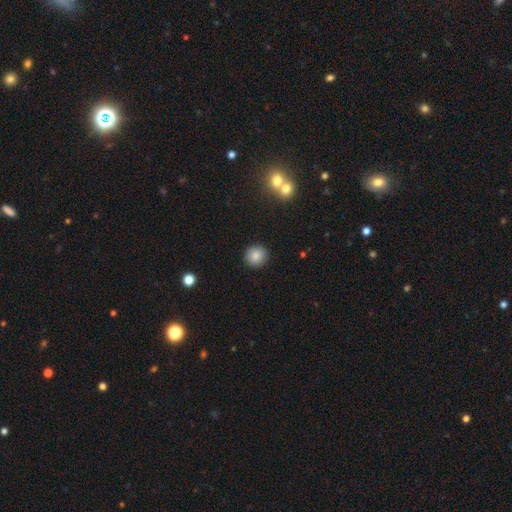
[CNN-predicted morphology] Smooth or featured?
  - smooth: 85% *
  - star or artifact: 10%
  - featured or disk: 6%
How rounded?
  - round: 92% *
  - in between: 7%
  - cigar-shaped: 1%
Merging?
  - none: 91% *
  - minor disturbance: 5%
  - major disturbance: 2%
  - merger: 1%